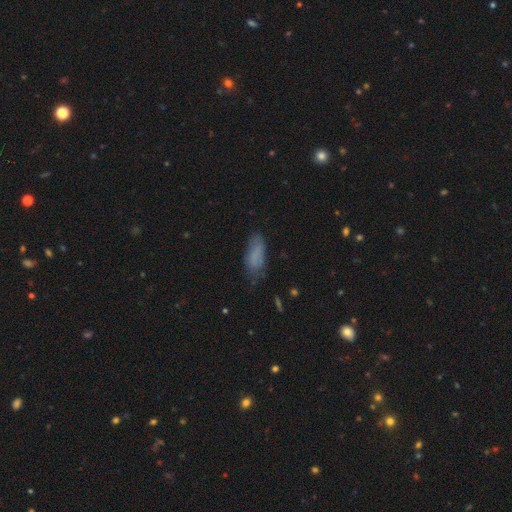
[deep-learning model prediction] smooth_or_featured: smooth (p=0.77) [alt: featured or disk p=0.13]
how_rounded: in between (p=0.77) [alt: cigar-shaped p=0.21]
merging: none (p=0.60) [alt: minor disturbance p=0.28]